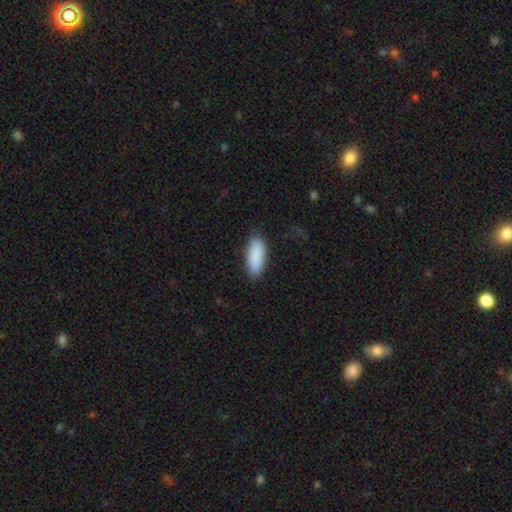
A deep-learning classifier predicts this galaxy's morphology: Smooth or featured? Predicted: smooth (p=0.90). How rounded? Predicted: in between (p=0.74). Merging? Predicted: none (p=0.84).